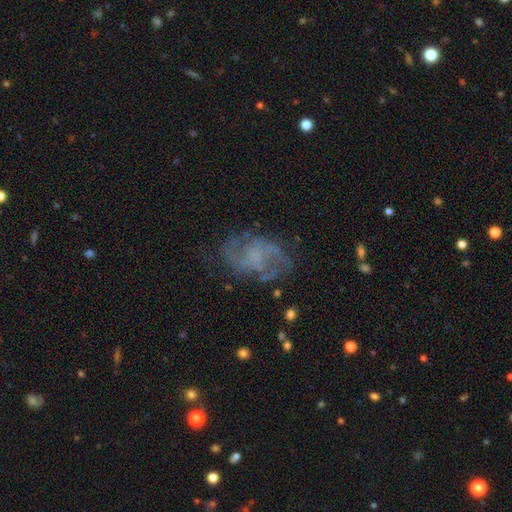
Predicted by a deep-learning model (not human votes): Smooth or featured? Predicted: featured or disk (p=0.77). Edge-on disk? Predicted: no (p=0.97). Bar? Predicted: no (p=0.62). Spiral arms? Predicted: yes (p=0.88). Spiral winding? Predicted: medium (p=0.48). Spiral arm count? Predicted: 2 (p=0.72). Bulge size? Predicted: none (p=0.60). Merging? Predicted: none (p=0.68).